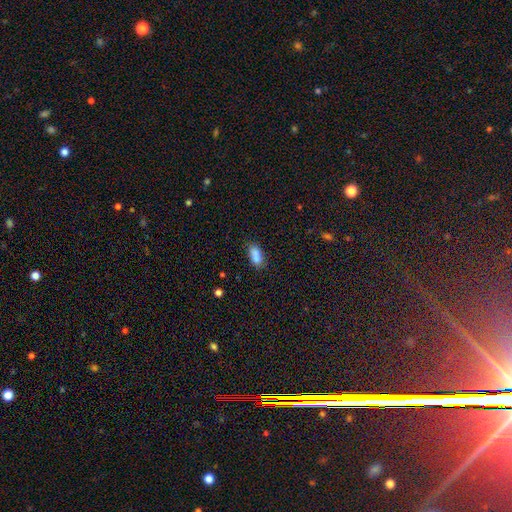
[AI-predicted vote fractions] A smooth galaxy with no disk features (81%) that is in between round and cigar-shaped (84%).

Vote fractions:
- Smooth or featured? smooth: 81% / featured or disk: 10% / star or artifact: 10%
- How rounded? in between: 84% / cigar-shaped: 10% / round: 6%
- Merging? none: 55% / merger: 21% / minor disturbance: 18% / major disturbance: 5%